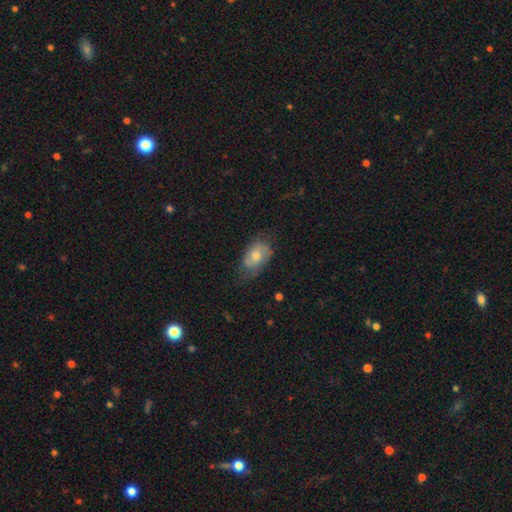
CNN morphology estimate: Q: Smooth or featured?
A: featured or disk (51%); runner-up: smooth (40%)
Q: Edge-on disk?
A: no (94%); runner-up: yes (6%)
Q: Merging?
A: none (61%); runner-up: minor disturbance (28%)